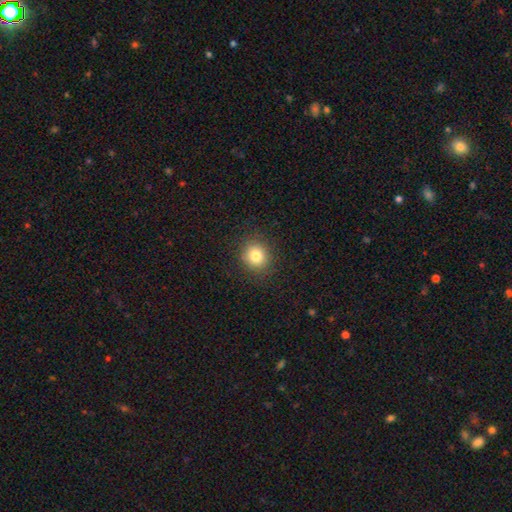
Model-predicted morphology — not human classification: This appears to be a smooth galaxy with no disk features (81%) that is round (82%). Merging: none (88%).